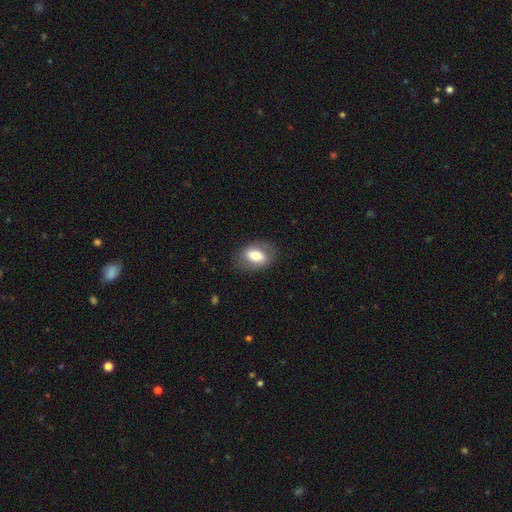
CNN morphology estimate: This is likely a smooth galaxy (69%). How rounded: clearly in between (84%). Merging: likely none (75%).